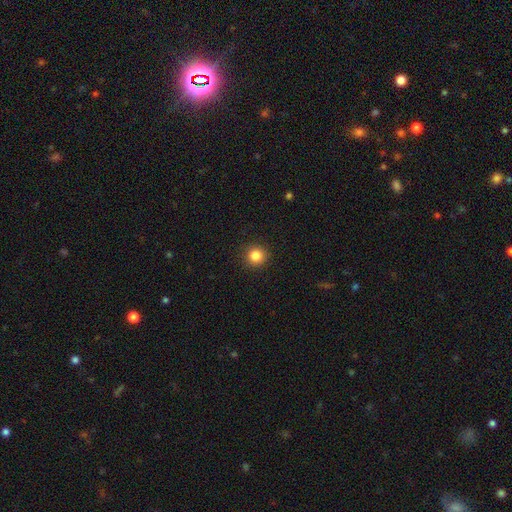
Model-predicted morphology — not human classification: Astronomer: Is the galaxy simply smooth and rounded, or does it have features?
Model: smooth — 85%.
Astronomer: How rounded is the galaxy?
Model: round — 94%.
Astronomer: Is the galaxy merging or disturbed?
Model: none — 92%.